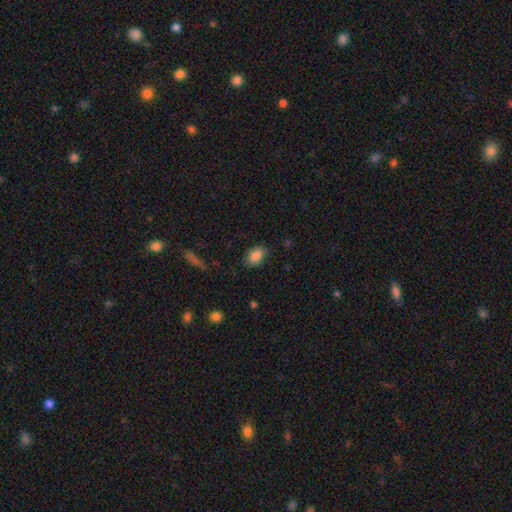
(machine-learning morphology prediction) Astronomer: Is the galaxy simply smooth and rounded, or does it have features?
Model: smooth — 86%.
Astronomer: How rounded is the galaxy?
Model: in between — 85%.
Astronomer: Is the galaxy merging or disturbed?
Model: none — 78%.